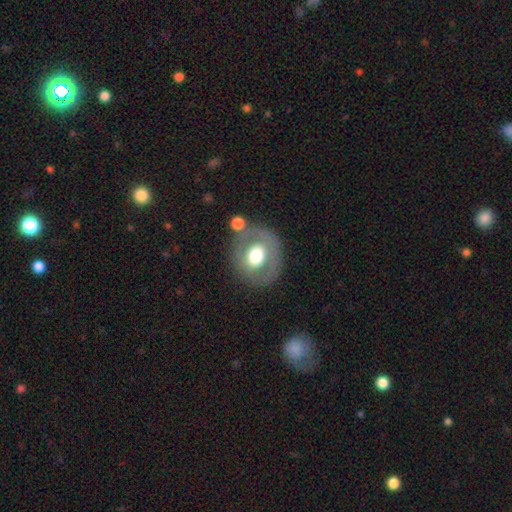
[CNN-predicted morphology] Smooth or featured: smooth — 51% (featured or disk — 41%)
How rounded: round — 72% (in between — 27%)
Merging: none — 73% (minor disturbance — 13%)